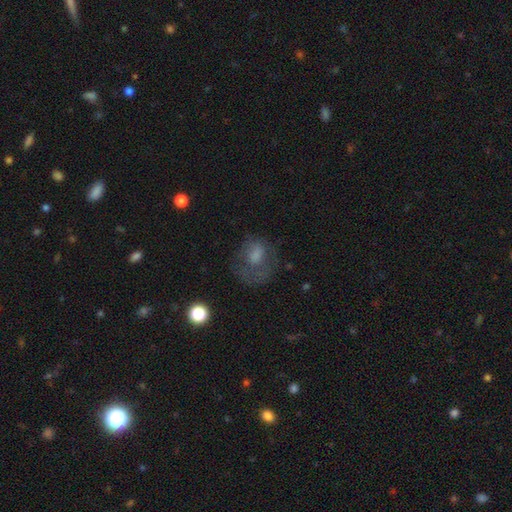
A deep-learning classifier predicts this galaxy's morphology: smooth-or-featured: smooth: 54% | featured or disk: 32% | star or artifact: 15%
  how-rounded: in between: 53% | round: 46% | cigar-shaped: 2%
  merging: none: 39% | major disturbance: 37% | minor disturbance: 21% | merger: 3%